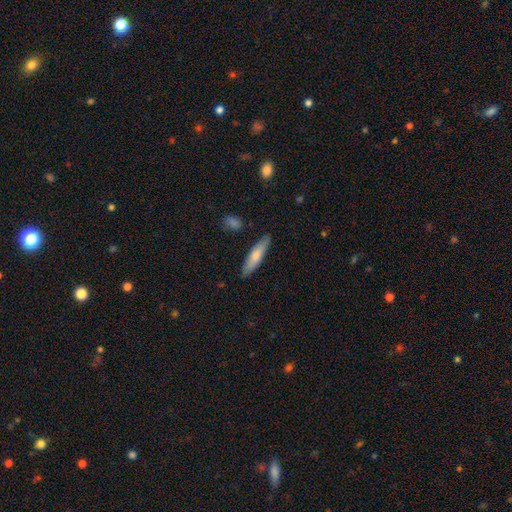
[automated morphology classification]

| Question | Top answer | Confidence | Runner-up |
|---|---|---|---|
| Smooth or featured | smooth | 70% | featured or disk (25%) |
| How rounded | cigar-shaped | 75% | in between (23%) |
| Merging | none | 84% | minor disturbance (11%) |